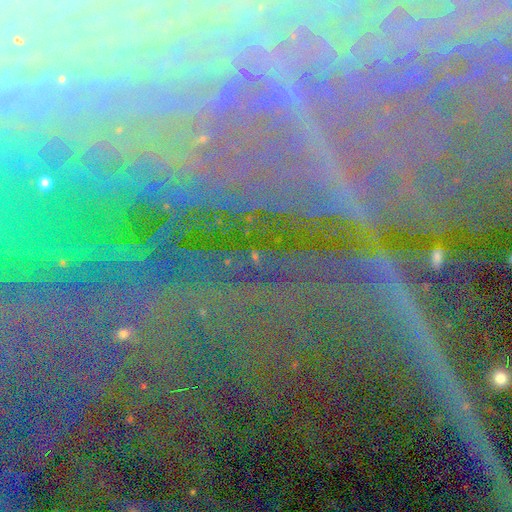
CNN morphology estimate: This is likely a star or artifact rather than a galaxy (79%).